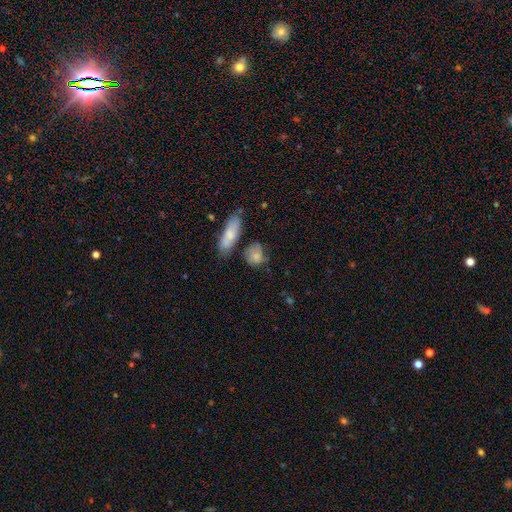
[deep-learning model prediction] Smooth or featured?
  - smooth: 71% *
  - featured or disk: 20%
  - star or artifact: 9%
How rounded?
  - round: 48% *
  - in between: 45%
  - cigar-shaped: 7%
Merging?
  - none: 55% *
  - minor disturbance: 25%
  - merger: 11%
  - major disturbance: 9%